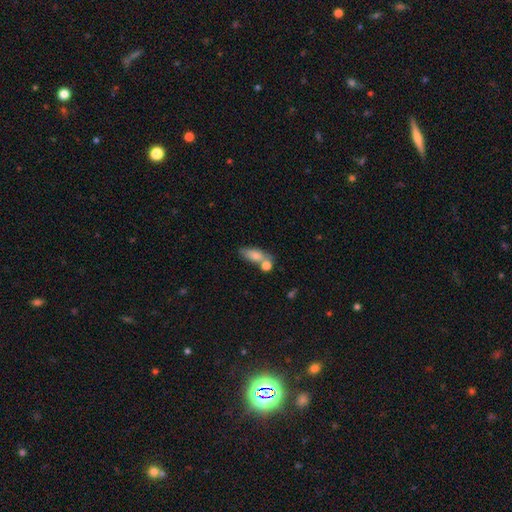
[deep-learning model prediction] This is likely a smooth galaxy (79%). How rounded: likely in between (78%). Merging: marginally none (44%).